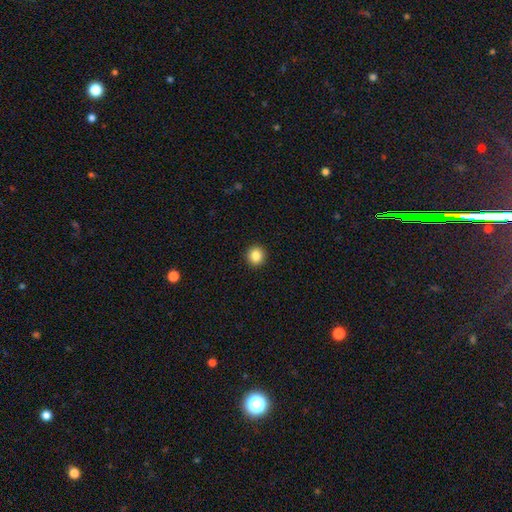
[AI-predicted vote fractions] Smooth or featured: smooth — 85% (star or artifact — 10%)
How rounded: round — 92% (in between — 7%)
Merging: none — 93% (minor disturbance — 4%)